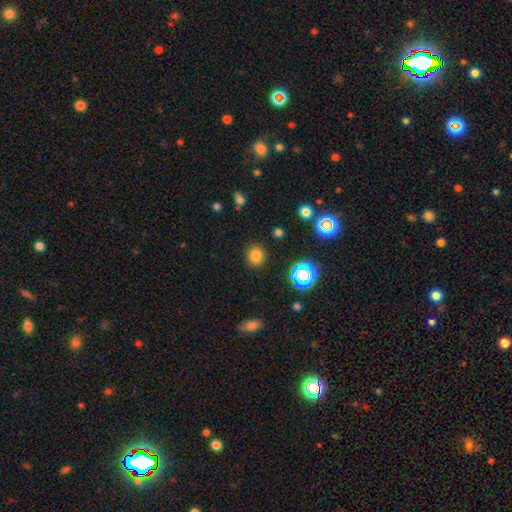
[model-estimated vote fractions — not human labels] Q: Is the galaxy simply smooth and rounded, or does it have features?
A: smooth — 77%.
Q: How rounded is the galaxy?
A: round — 78%.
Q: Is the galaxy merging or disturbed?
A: none — 89%.